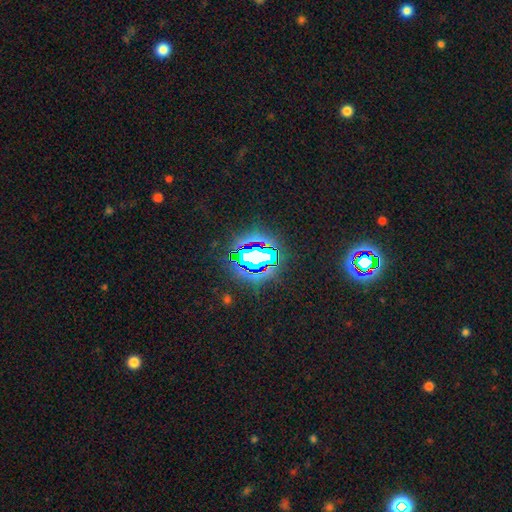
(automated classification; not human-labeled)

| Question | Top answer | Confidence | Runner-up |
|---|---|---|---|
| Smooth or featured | star or artifact | 72% | smooth (15%) |